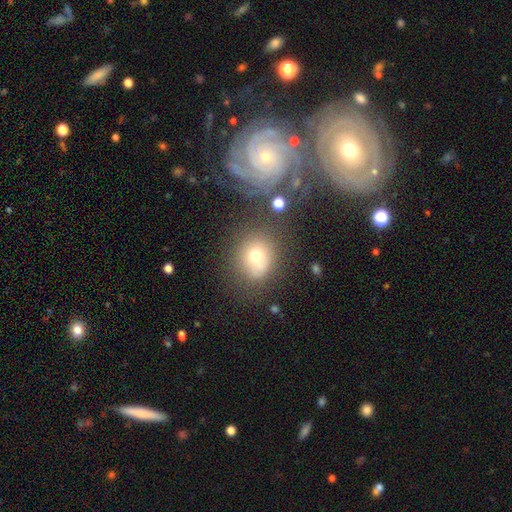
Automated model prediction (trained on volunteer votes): smooth 66%, featured or disk 20%, star or artifact 14%. Down the decision tree: how rounded — round (72%); merging — none (60%).